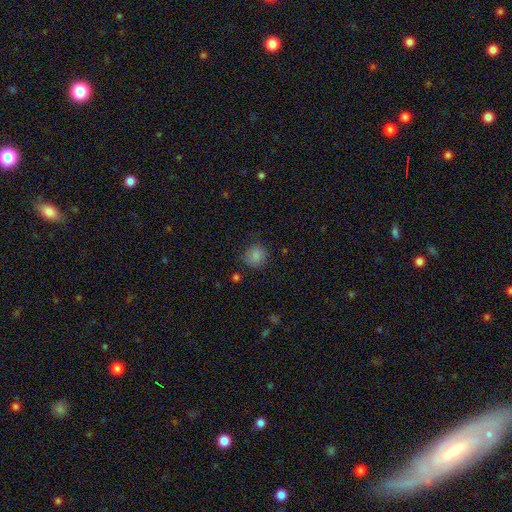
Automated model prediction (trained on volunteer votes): This is clearly a smooth galaxy (85%). How rounded: clearly round (84%). Merging: clearly none (81%).